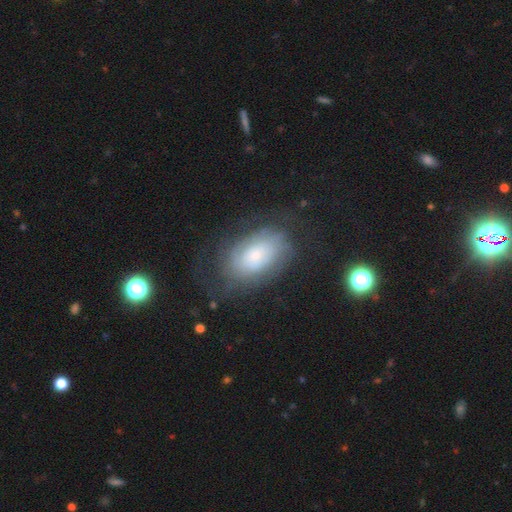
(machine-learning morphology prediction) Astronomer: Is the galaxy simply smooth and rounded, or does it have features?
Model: featured or disk — 64%.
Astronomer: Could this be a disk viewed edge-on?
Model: no — 95%.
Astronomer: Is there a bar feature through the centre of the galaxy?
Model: no — 77%.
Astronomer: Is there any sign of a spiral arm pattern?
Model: yes — 81%.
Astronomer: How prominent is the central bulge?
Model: small — 59%.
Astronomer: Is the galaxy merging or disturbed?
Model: none — 65%.